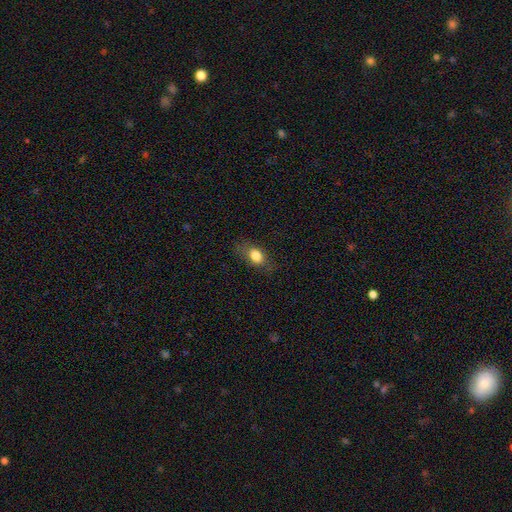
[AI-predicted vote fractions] smooth 78%, featured or disk 13%, star or artifact 9%. Down the decision tree: how rounded — in between (77%); merging — none (71%).